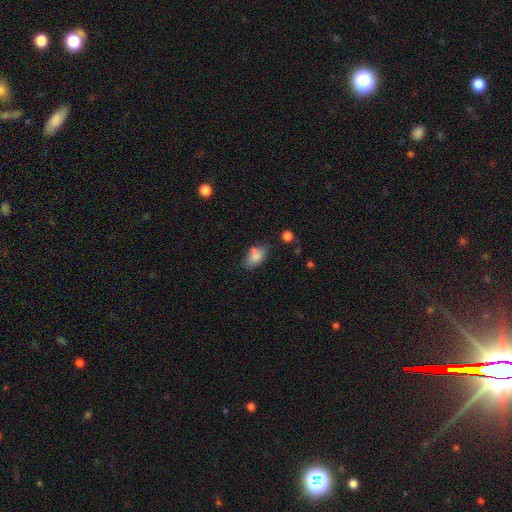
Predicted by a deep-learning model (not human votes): Smooth or featured? smooth (80%)
How rounded? in between (88%)
Merging? none (54%)